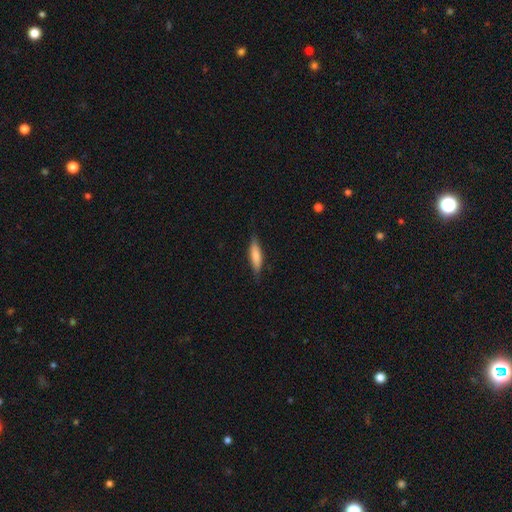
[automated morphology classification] smooth-or-featured: smooth: 77% | featured or disk: 17% | star or artifact: 6%
  how-rounded: cigar-shaped: 71% | in between: 27% | round: 2%
  merging: none: 82% | minor disturbance: 14% | major disturbance: 3% | merger: 1%